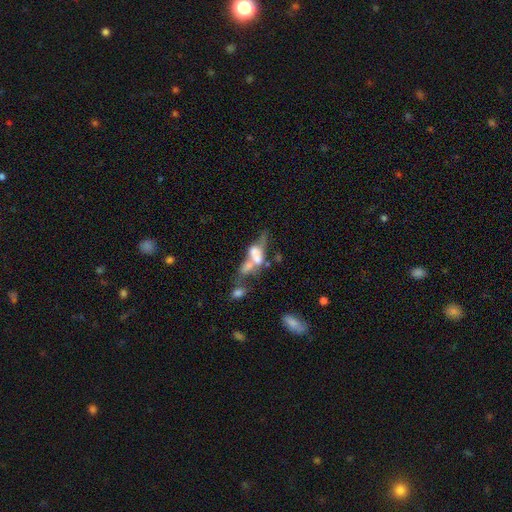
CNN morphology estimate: Overall: smooth (46%; featured or disk 42%). Merging: merger (62%).